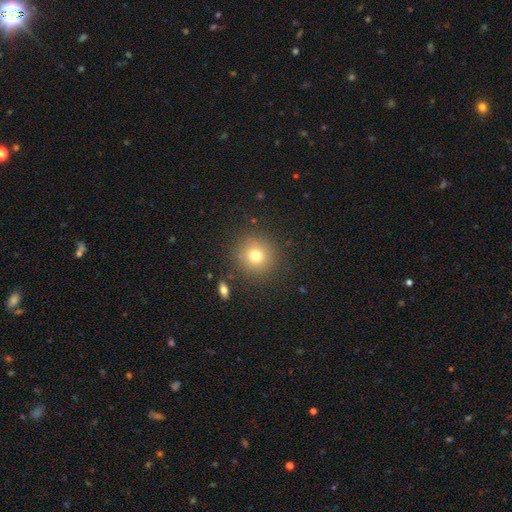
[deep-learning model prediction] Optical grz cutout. It shows a smooth galaxy with no disk features (75%) that is round (93%). Merging: none (88%).